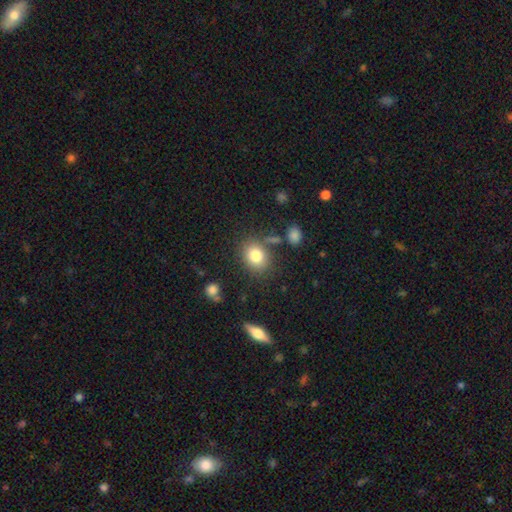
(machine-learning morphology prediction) Smooth or featured? Predicted: smooth (p=0.81). How rounded? Predicted: round (p=0.52). Merging? Predicted: none (p=0.77).